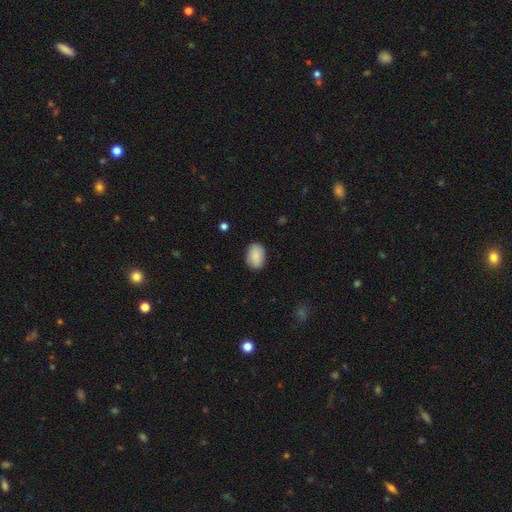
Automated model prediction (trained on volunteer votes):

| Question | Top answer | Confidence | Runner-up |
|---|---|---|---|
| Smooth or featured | smooth | 89% | star or artifact (6%) |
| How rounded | in between | 84% | round (15%) |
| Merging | none | 83% | minor disturbance (13%) |